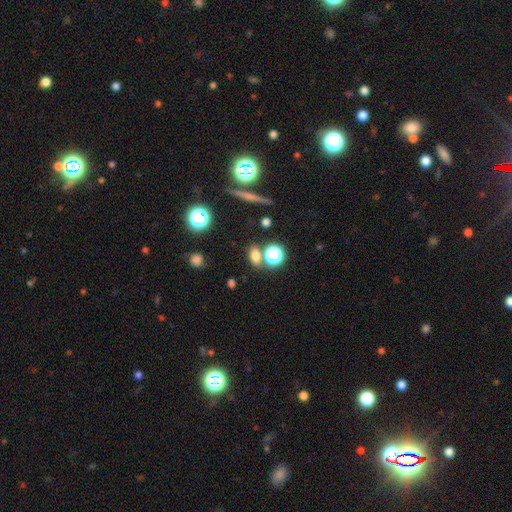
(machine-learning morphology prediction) A smooth galaxy with no disk features (72%) that is in between round and cigar-shaped (66%).

Vote fractions:
- Smooth or featured? smooth: 72% / star or artifact: 17% / featured or disk: 10%
- How rounded? in between: 66% / round: 27% / cigar-shaped: 7%
- Merging? none: 71% / merger: 16% / minor disturbance: 10% / major disturbance: 4%